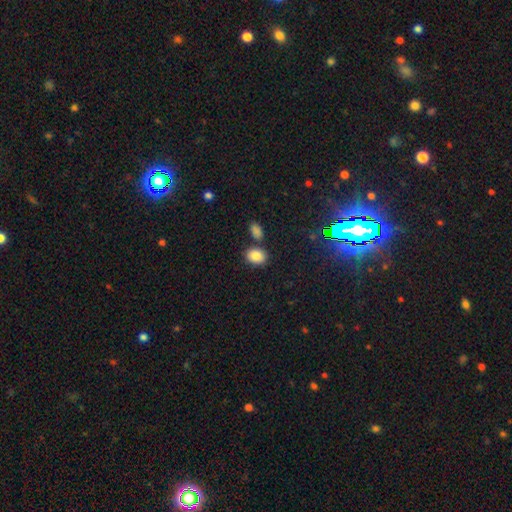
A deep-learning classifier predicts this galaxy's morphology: Smooth or featured? Predicted: smooth (p=0.85). How rounded? Predicted: in between (p=0.65). Merging? Predicted: none (p=0.74).